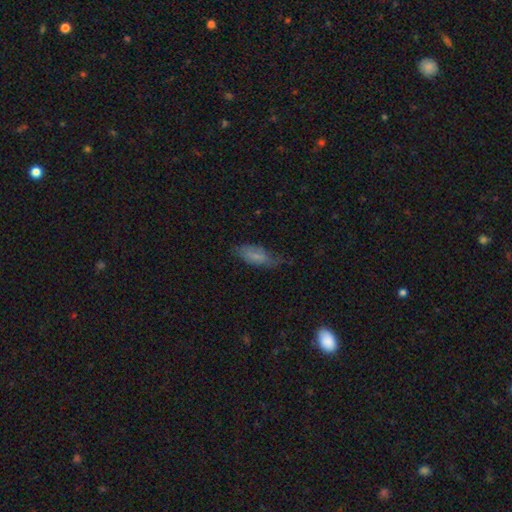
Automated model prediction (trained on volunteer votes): Q: Smooth or featured?
A: smooth (68%); runner-up: featured or disk (24%)
Q: How rounded?
A: in between (78%); runner-up: cigar-shaped (20%)
Q: Merging?
A: none (53%); runner-up: minor disturbance (33%)